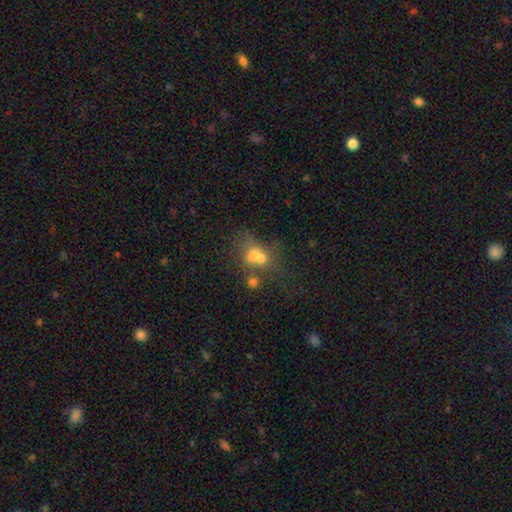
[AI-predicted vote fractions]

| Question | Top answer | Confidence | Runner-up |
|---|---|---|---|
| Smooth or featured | smooth | 58% | featured or disk (25%) |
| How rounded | round | 62% | in between (36%) |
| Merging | merger | 61% | none (24%) |